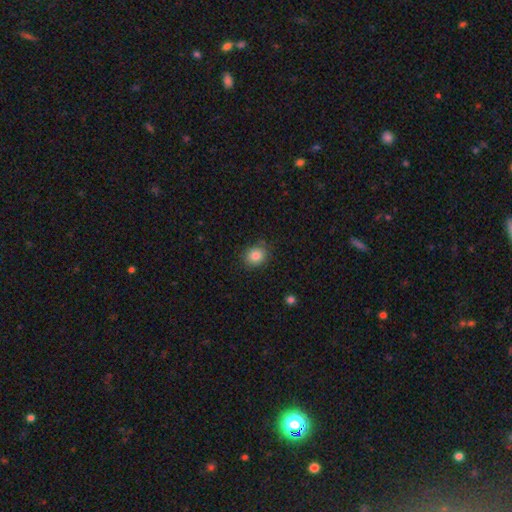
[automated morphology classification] Smooth or featured? Predicted: smooth (p=0.84). How rounded? Predicted: round (p=0.68). Merging? Predicted: none (p=0.84).